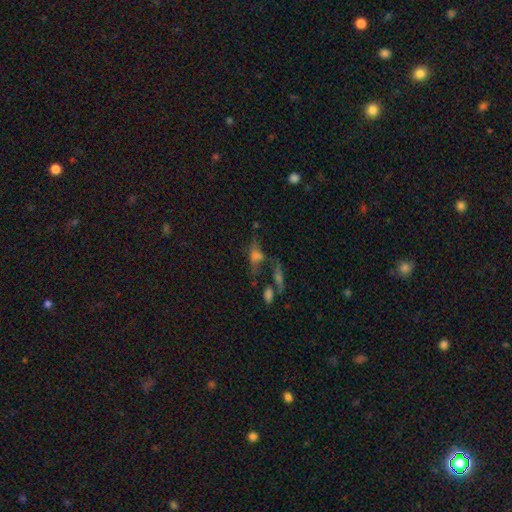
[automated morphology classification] This is marginally a smooth galaxy (44%). Merging: marginally none (34%).